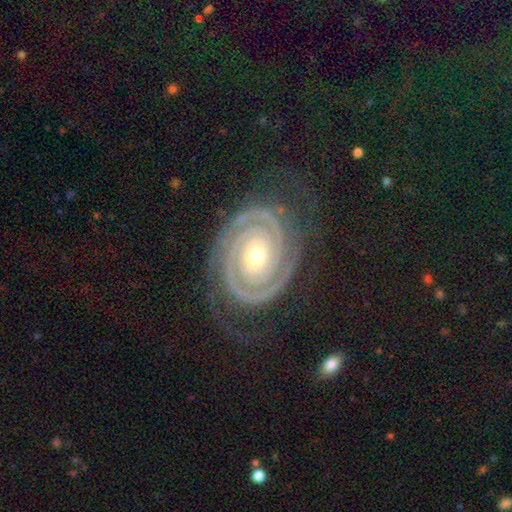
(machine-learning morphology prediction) This appears to be a featured or disk galaxy (94%) with no bar (75%), 2 (88%) tight (87%) spiral arms (99%) and a moderate central bulge (50%). Merging: none (82%).